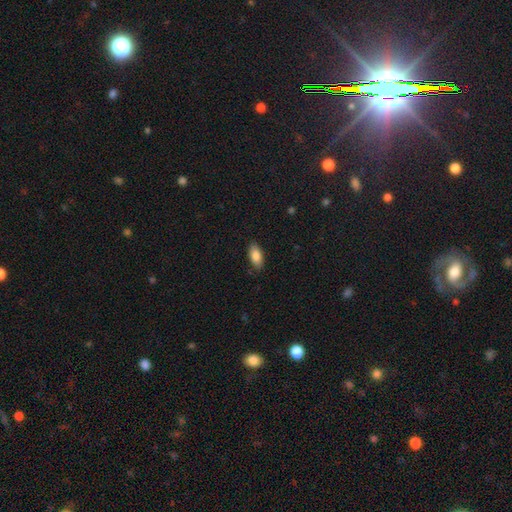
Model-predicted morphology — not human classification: Smooth or featured?
  - smooth: 86% *
  - featured or disk: 7%
  - star or artifact: 7%
How rounded?
  - in between: 89% *
  - cigar-shaped: 9%
  - round: 2%
Merging?
  - none: 85% *
  - minor disturbance: 11%
  - major disturbance: 2%
  - merger: 1%